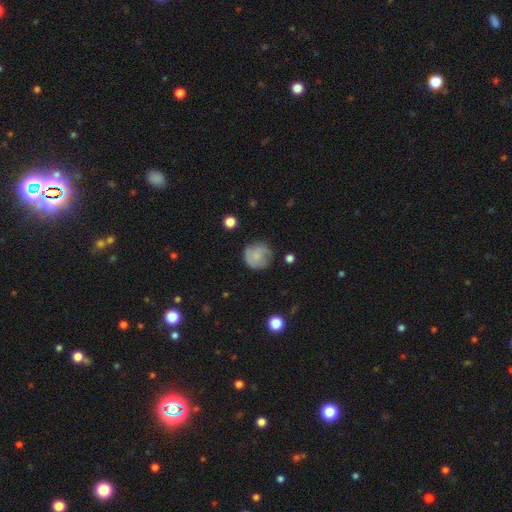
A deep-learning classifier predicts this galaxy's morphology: Smooth or featured? Predicted: smooth (p=0.66). How rounded? Predicted: round (p=0.91). Merging? Predicted: none (p=0.73).